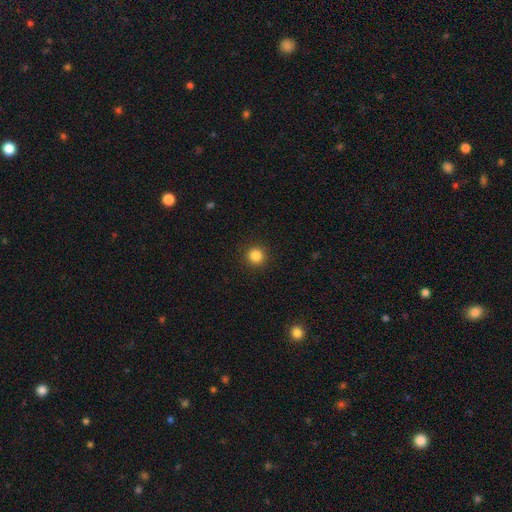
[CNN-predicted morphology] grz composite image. It shows a smooth galaxy with no disk features (85%) that is round (95%). Merging: none (93%).